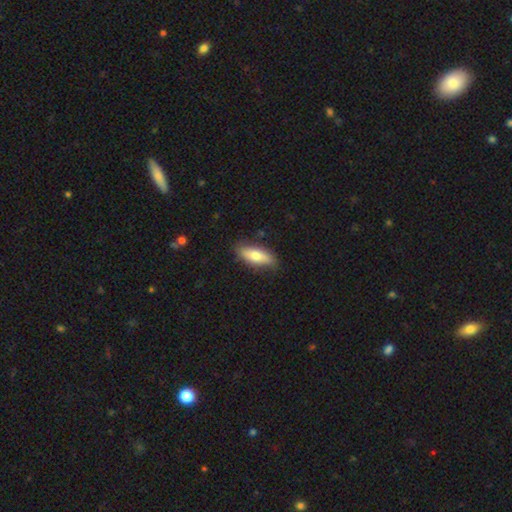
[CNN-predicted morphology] Smooth or featured? Predicted: smooth (p=0.69). How rounded? Predicted: in between (p=0.69). Merging? Predicted: none (p=0.81).